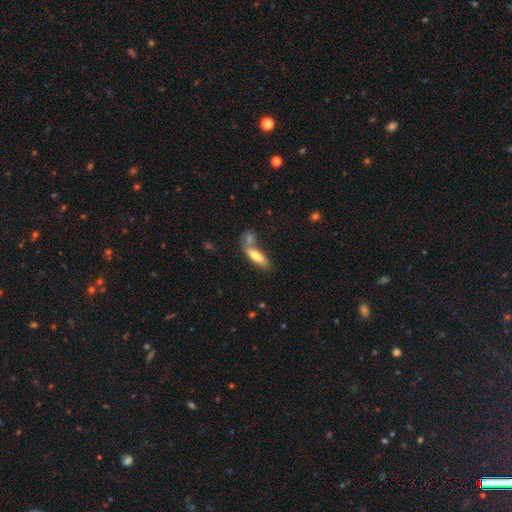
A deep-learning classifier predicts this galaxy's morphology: Smooth or featured?
  - smooth: 70% *
  - featured or disk: 23%
  - star or artifact: 7%
How rounded?
  - cigar-shaped: 56% *
  - in between: 42%
  - round: 2%
Merging?
  - merger: 42% *
  - none: 39%
  - minor disturbance: 12%
  - major disturbance: 6%